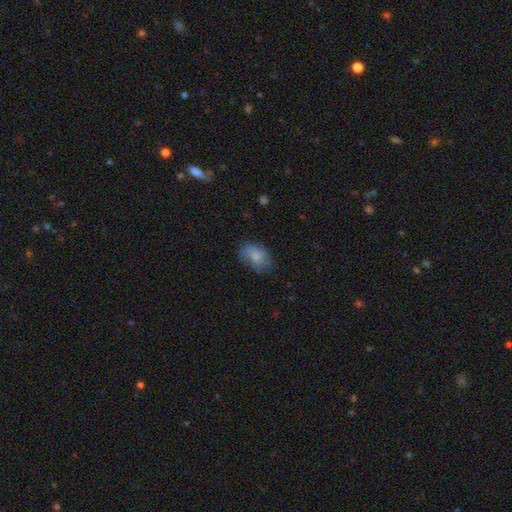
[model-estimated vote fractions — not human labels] Smooth or featured: smooth — 77% (featured or disk — 15%)
How rounded: in between — 87% (round — 11%)
Merging: none — 69% (minor disturbance — 23%)